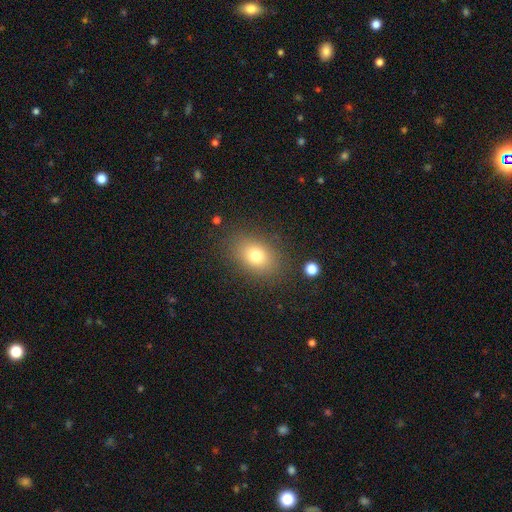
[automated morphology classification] A smooth galaxy with no disk features (77%) that is in between round and cigar-shaped (74%). Merging: none (84%).